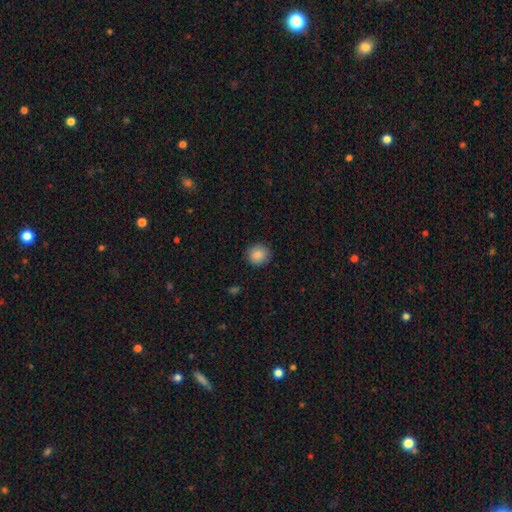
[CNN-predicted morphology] The model was most divided on "how rounded": round: 87%, in between: 12%, cigar-shaped: 1%. More confident: merging — none (89%); smooth or featured — smooth (87%).